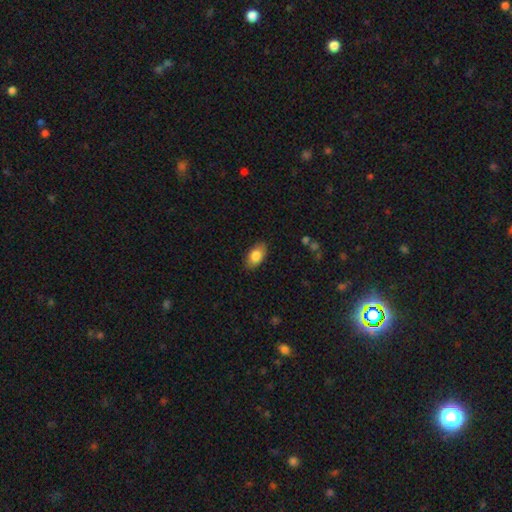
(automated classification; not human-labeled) Smooth or featured?
  - smooth: 83% *
  - featured or disk: 10%
  - star or artifact: 7%
How rounded?
  - in between: 91% *
  - round: 6%
  - cigar-shaped: 3%
Merging?
  - none: 84% *
  - minor disturbance: 13%
  - major disturbance: 3%
  - merger: 1%